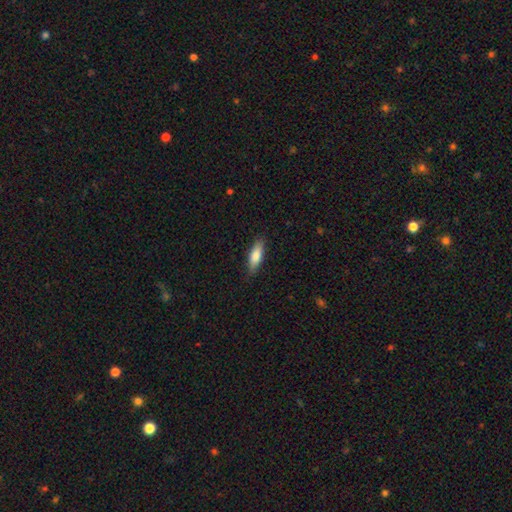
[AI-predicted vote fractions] Overall: smooth (79%). How rounded: in between (56%; cigar-shaped 42%). Merging: none (85%).